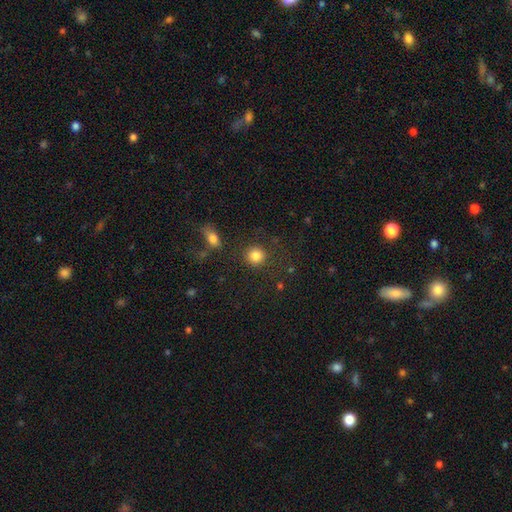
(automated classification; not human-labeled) Smooth or featured?
  - smooth: 84% *
  - star or artifact: 10%
  - featured or disk: 5%
How rounded?
  - round: 90% *
  - in between: 9%
  - cigar-shaped: 1%
Merging?
  - none: 80% *
  - minor disturbance: 9%
  - merger: 6%
  - major disturbance: 5%